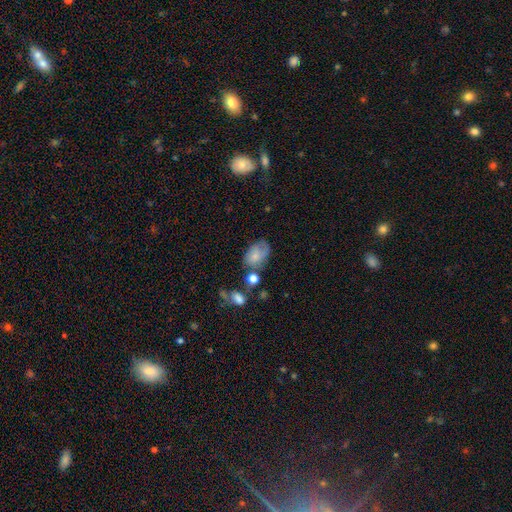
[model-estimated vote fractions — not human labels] This is likely a smooth galaxy (72%). How rounded: clearly in between (82%). Merging: marginally none (42%).